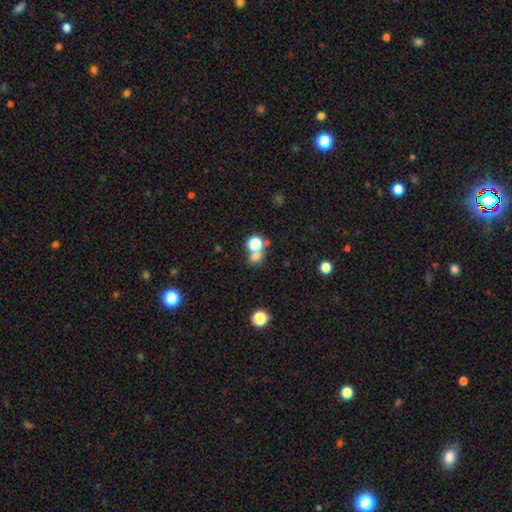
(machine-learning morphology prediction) Smooth or featured? Predicted: smooth (p=0.67). How rounded? Predicted: round (p=0.71). Merging? Predicted: none (p=0.48).